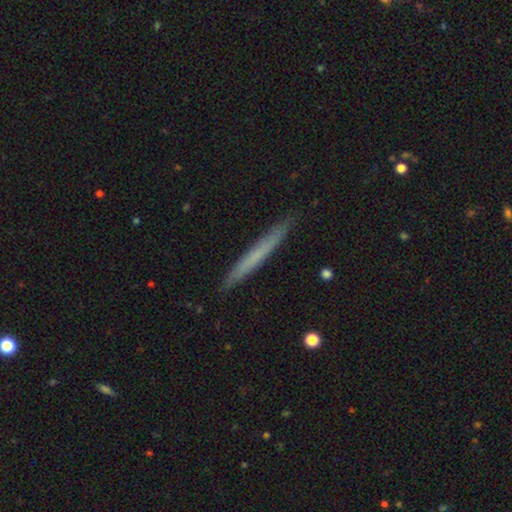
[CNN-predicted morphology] Smooth or featured? smooth (56%)
How rounded? cigar-shaped (97%)
Merging? none (91%)